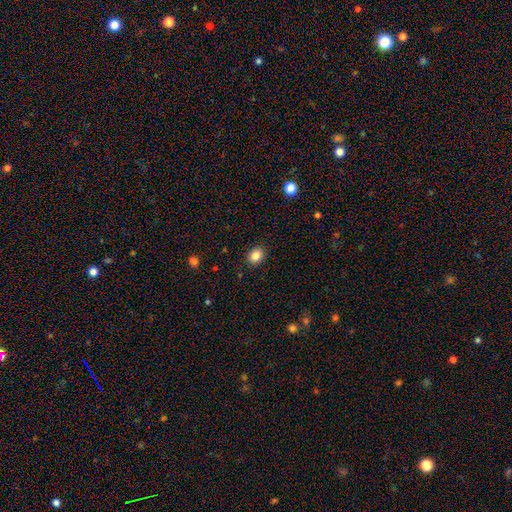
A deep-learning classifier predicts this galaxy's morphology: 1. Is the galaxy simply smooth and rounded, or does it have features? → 85% smooth, 10% star or artifact, 5% featured or disk.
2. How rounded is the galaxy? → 53% round, 46% in between, 1% cigar-shaped.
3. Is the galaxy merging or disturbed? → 90% none, 7% minor disturbance, 2% major disturbance, 1% merger.